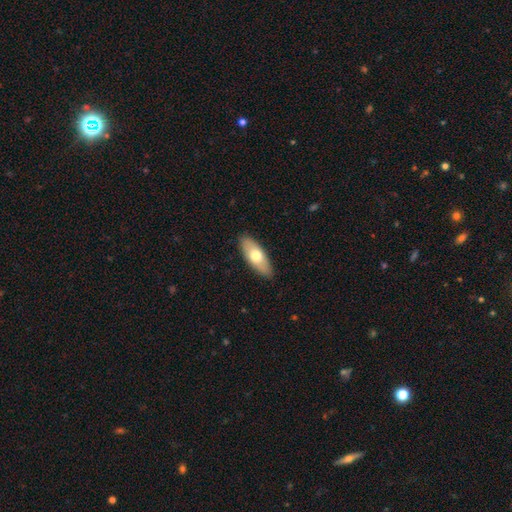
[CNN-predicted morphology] Overall: smooth (66%; featured or disk 28%). How rounded: in between (74%). Merging: none (88%).